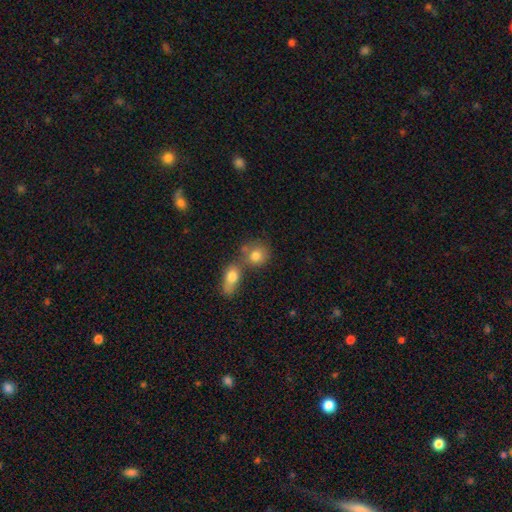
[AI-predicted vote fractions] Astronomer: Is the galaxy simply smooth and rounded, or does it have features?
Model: smooth — 80%.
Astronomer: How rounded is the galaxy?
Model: round — 71%.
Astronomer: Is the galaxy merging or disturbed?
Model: merger — 45% (runner-up: none, 41%).